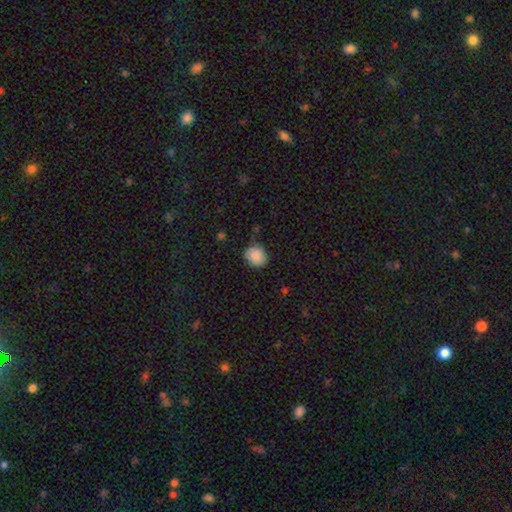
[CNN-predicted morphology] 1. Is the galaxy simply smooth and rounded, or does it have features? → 87% smooth, 8% star or artifact, 4% featured or disk.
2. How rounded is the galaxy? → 60% round, 39% in between, 1% cigar-shaped.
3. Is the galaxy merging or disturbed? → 71% none, 22% minor disturbance, 4% major disturbance, 2% merger.